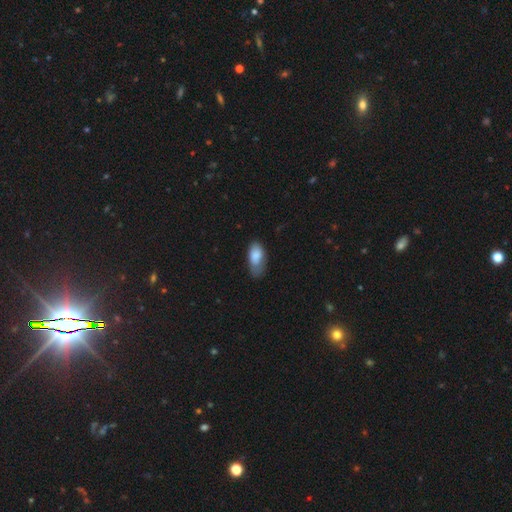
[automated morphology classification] Q: Smooth or featured?
A: smooth (81%); runner-up: featured or disk (12%)
Q: How rounded?
A: in between (90%); runner-up: cigar-shaped (6%)
Q: Merging?
A: minor disturbance (40%); runner-up: none (39%)